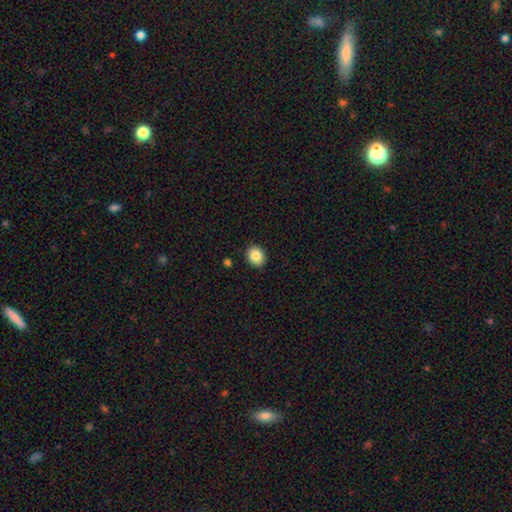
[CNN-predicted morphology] smooth-or-featured: smooth: 86% | star or artifact: 9% | featured or disk: 5%
  how-rounded: round: 73% | in between: 26% | cigar-shaped: 1%
  merging: none: 90% | minor disturbance: 7% | major disturbance: 2% | merger: 1%